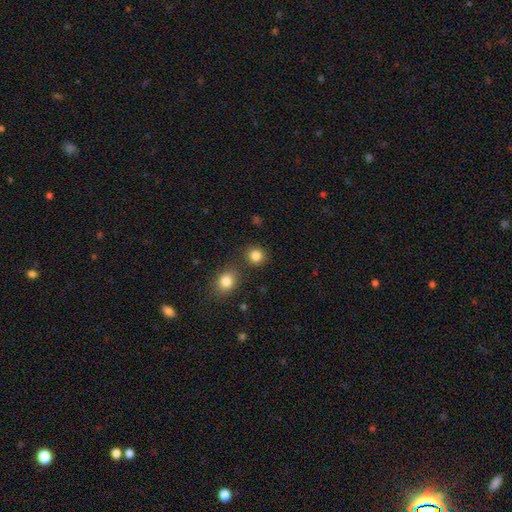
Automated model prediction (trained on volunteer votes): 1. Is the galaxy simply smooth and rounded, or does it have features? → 84% smooth, 12% star or artifact, 4% featured or disk.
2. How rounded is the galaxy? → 87% round, 12% in between, 1% cigar-shaped.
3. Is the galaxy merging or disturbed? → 82% none, 8% merger, 8% minor disturbance, 3% major disturbance.